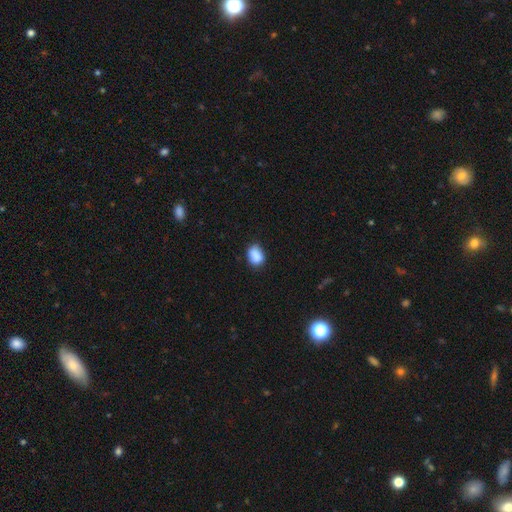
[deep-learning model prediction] A smooth galaxy with no disk features (87%) that is in between round and cigar-shaped (67%).

Vote fractions:
- Smooth or featured? smooth: 87% / star or artifact: 8% / featured or disk: 5%
- How rounded? in between: 67% / round: 32% / cigar-shaped: 1%
- Merging? none: 70% / minor disturbance: 24% / major disturbance: 4% / merger: 2%